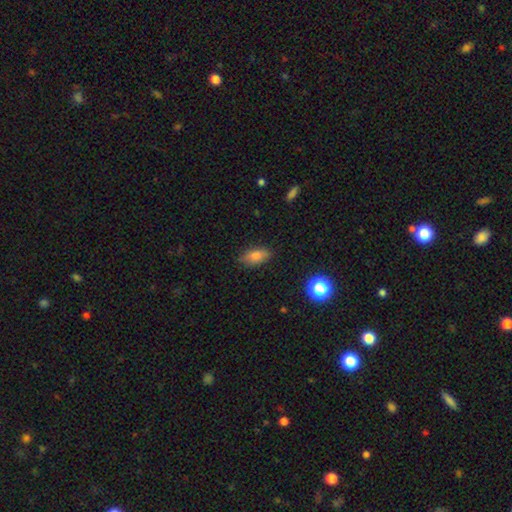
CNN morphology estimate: type=smooth (81%); roundness=in between (87%); merging=none (81%).